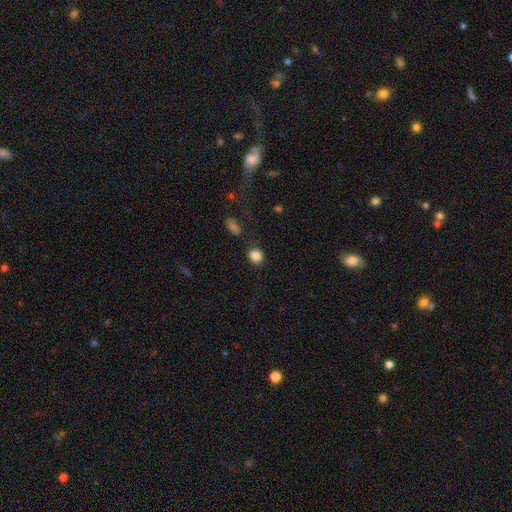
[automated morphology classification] Smooth or featured? Predicted: smooth (p=0.85). How rounded? Predicted: round (p=0.69). Merging? Predicted: none (p=0.83).